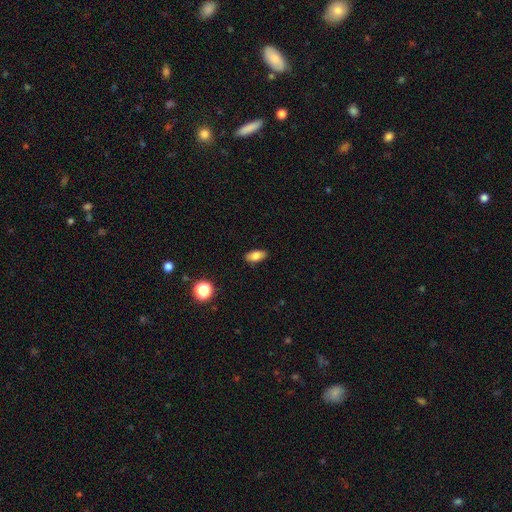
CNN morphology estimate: smooth_or_featured: smooth (p=0.82) [alt: star or artifact p=0.09]
how_rounded: in between (p=0.88) [alt: cigar-shaped p=0.08]
merging: none (p=0.87) [alt: minor disturbance p=0.09]